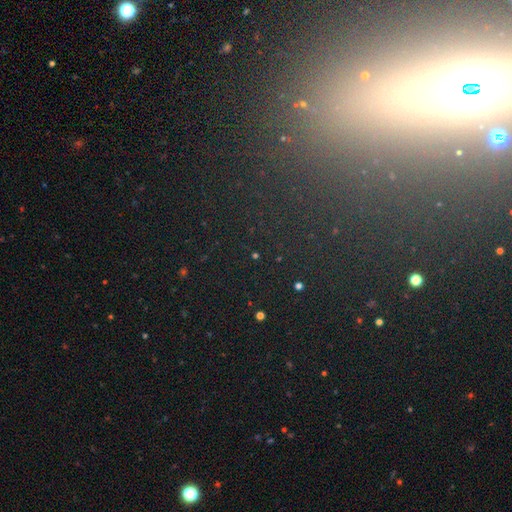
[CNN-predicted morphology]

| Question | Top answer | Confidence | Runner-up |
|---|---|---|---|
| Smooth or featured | star or artifact | 76% | smooth (15%) |